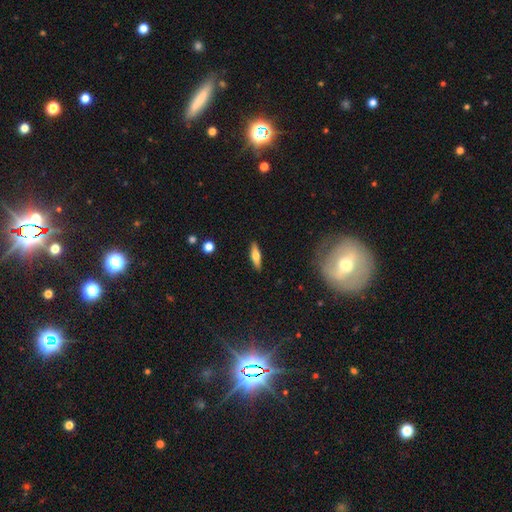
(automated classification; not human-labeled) This is possibly a smooth galaxy (57%). How rounded: possibly cigar-shaped (59%). Merging: clearly none (89%).